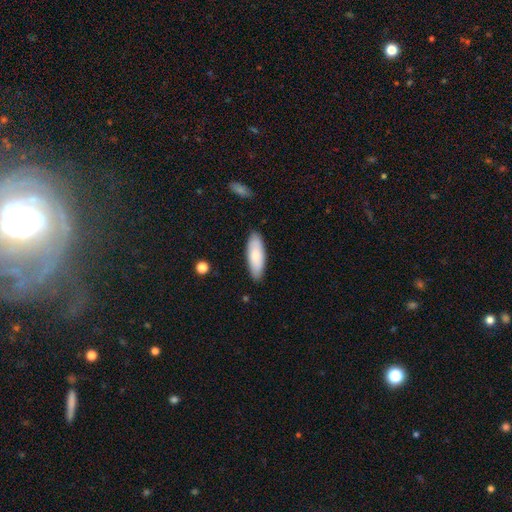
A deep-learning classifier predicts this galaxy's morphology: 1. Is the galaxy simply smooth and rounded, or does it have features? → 79% smooth, 16% featured or disk, 5% star or artifact.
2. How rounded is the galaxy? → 65% in between, 33% cigar-shaped, 2% round.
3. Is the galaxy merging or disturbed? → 86% none, 11% minor disturbance, 2% major disturbance, 1% merger.